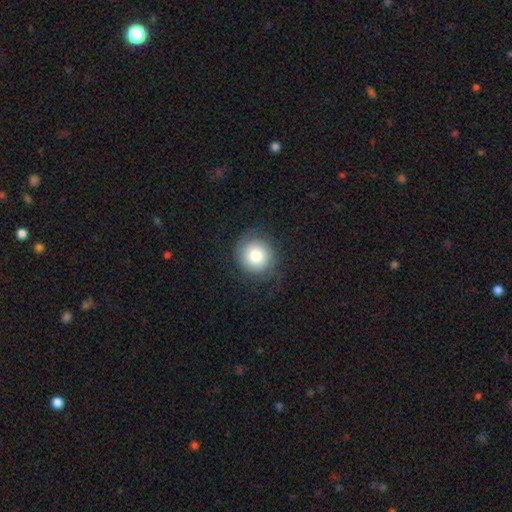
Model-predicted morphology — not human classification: This is likely a smooth galaxy (69%). How rounded: clearly round (91%). Merging: likely none (76%).